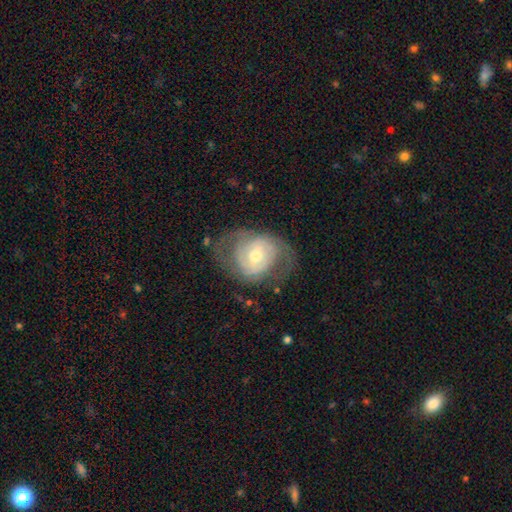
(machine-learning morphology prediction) Smooth or featured?
  - featured or disk: 72% *
  - smooth: 22%
  - star or artifact: 6%
Edge-on disk?
  - no: 96% *
  - yes: 4%
Bar?
  - no: 56% *
  - weak: 34%
  - strong: 11%
Spiral arms?
  - yes: 78% *
  - no: 22%
Spiral winding?
  - medium: 41% *
  - tight: 39%
  - loose: 20%
Spiral arm count?
  - 2: 68% *
  - can't tell: 20%
  - 3: 4%
  - 1: 4%
  - 4: 2%
  - more than 4: 2%
Bulge size?
  - moderate: 55% *
  - small: 39%
  - large: 4%
  - none: 1%
  - dominant: 1%
Merging?
  - none: 60% *
  - minor disturbance: 20%
  - major disturbance: 18%
  - merger: 2%